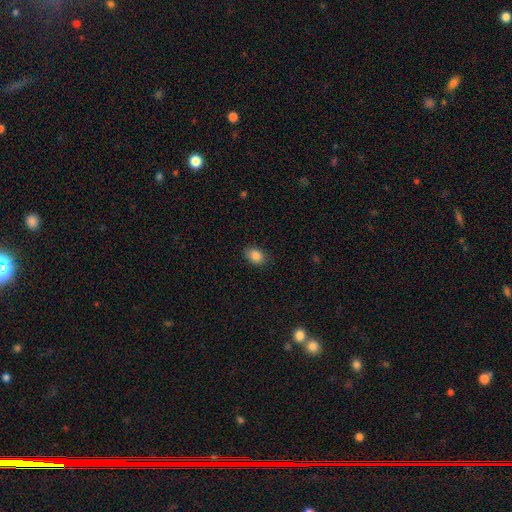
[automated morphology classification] Smooth or featured: smooth — 85% (star or artifact — 9%)
How rounded: in between — 77% (round — 22%)
Merging: none — 87% (minor disturbance — 10%)